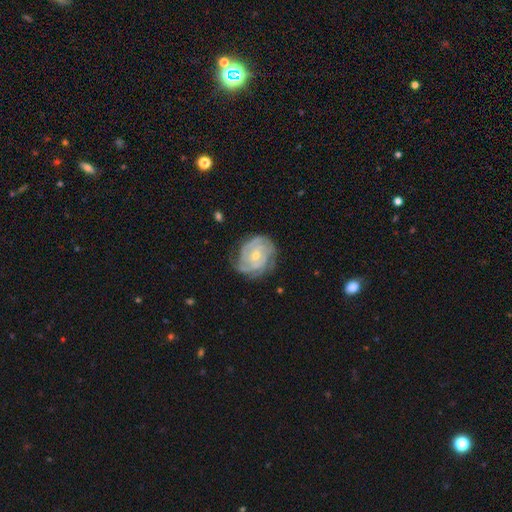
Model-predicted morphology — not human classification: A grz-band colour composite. It shows a featured or disk galaxy (87%) with no bar (59%), 3 (26%) tight (72%) spiral arms (97%) and a small central bulge (59%). Merging: none (74%).